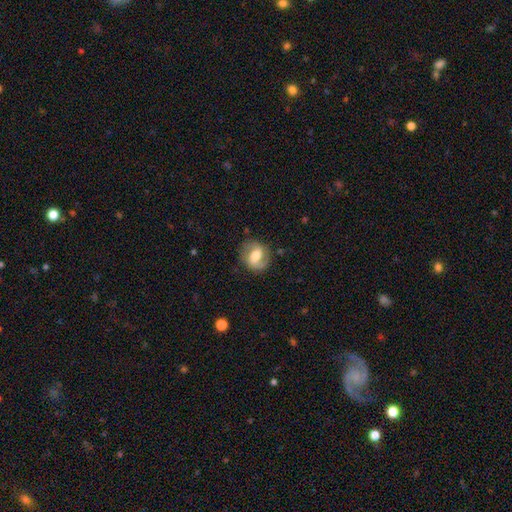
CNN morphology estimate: Smooth or featured? featured or disk (57%)
Edge-on disk? no (96%)
Bar? weak (46%)
Spiral arms? yes (83%)
Bulge size? moderate (61%)
Merging? none (77%)